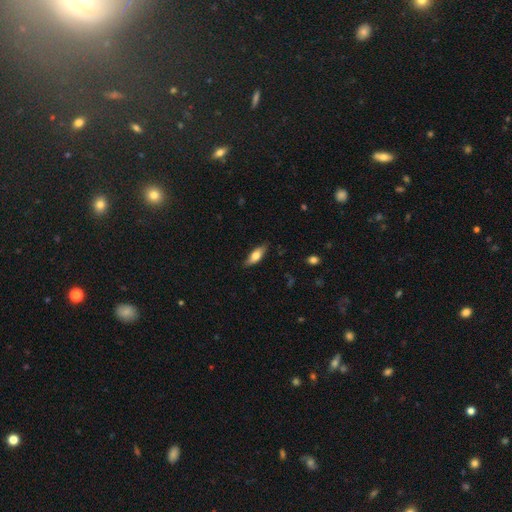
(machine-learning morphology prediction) A smooth galaxy with no disk features (68%) that is in between round and cigar-shaped (69%).

Vote fractions:
- Smooth or featured? smooth: 68% / featured or disk: 26% / star or artifact: 6%
- How rounded? in between: 69% / cigar-shaped: 28% / round: 3%
- Merging? none: 83% / minor disturbance: 14% / major disturbance: 2% / merger: 1%